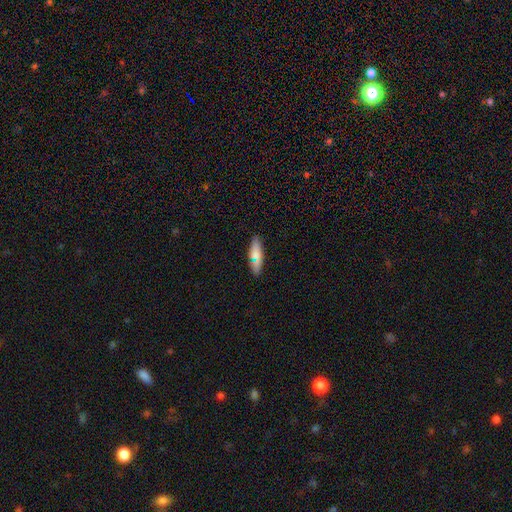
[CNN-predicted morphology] Overall: smooth (77%). How rounded: cigar-shaped (55%; in between 43%). Merging: none (85%).